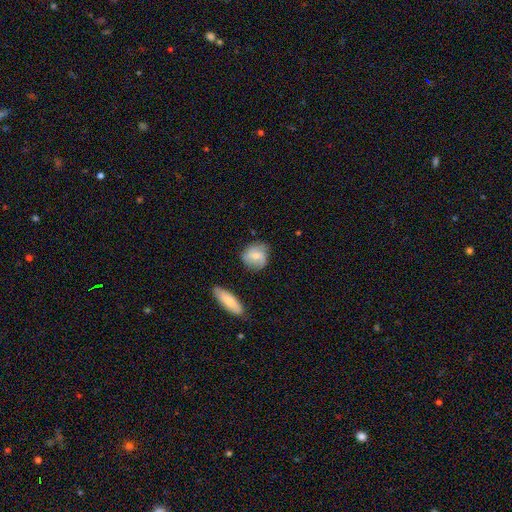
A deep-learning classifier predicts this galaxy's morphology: Smooth or featured? Predicted: smooth (p=0.47). Merging? Predicted: none (p=0.75).